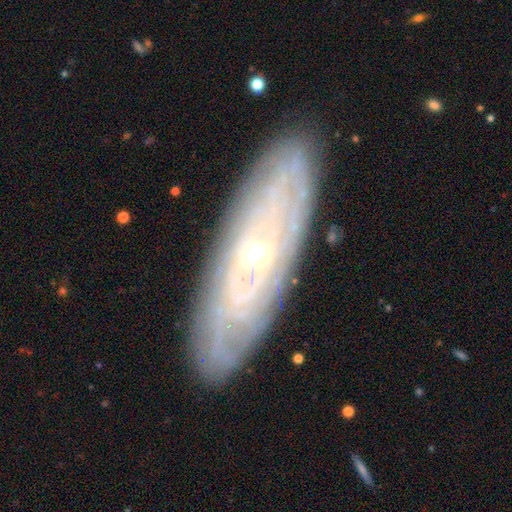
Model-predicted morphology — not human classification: smooth_or_featured: featured or disk (p=0.82) [alt: smooth p=0.11]
disk_edge_on: no (p=0.77) [alt: yes p=0.23]
bar: no (p=0.67) [alt: weak p=0.24]
has_spiral_arms: yes (p=0.87) [alt: no p=0.13]
spiral_winding: tight (p=0.82) [alt: medium p=0.14]
spiral_arm_count: can't tell (p=0.62) [alt: more than 4 p=0.10]
bulge_size: small (p=0.65) [alt: moderate p=0.32]
merging: none (p=0.86) [alt: minor disturbance p=0.10]